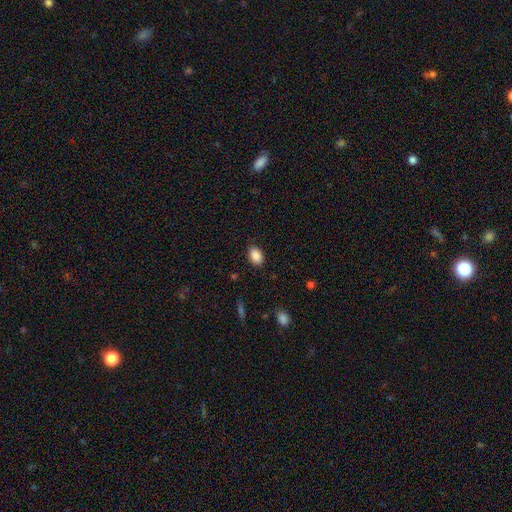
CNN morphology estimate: A smooth galaxy with no disk features (89%) that is in between round and cigar-shaped (86%).

Vote fractions:
- Smooth or featured? smooth: 89% / star or artifact: 8% / featured or disk: 3%
- How rounded? in between: 86% / round: 13% / cigar-shaped: 1%
- Merging? none: 87% / minor disturbance: 10% / major disturbance: 2% / merger: 1%